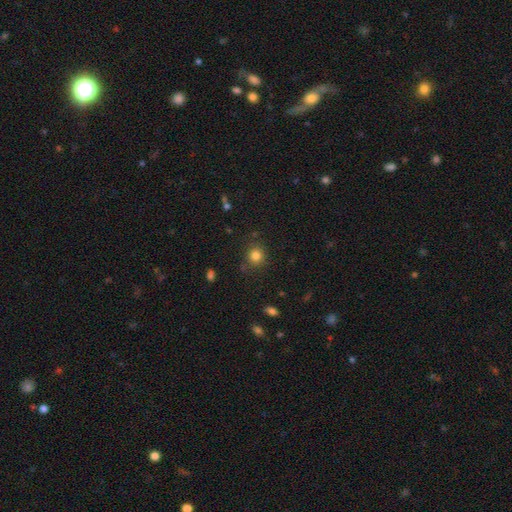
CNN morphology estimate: type=smooth (81%); roundness=round (89%); merging=none (83%).